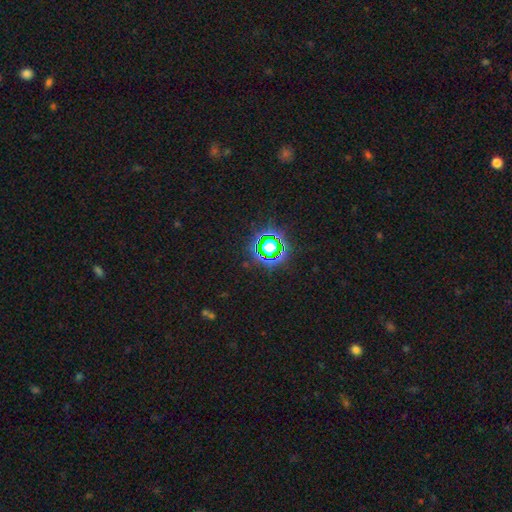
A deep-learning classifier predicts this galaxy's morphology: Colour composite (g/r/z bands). It shows a star or artifact, not a galaxy (79%).